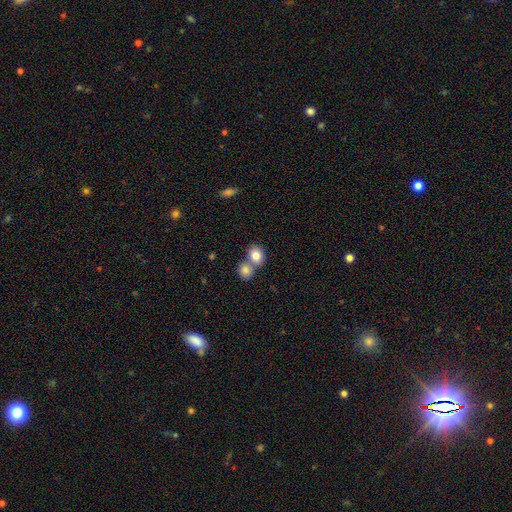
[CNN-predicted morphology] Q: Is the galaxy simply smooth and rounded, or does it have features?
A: smooth — 81%.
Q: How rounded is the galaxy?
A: round — 59%.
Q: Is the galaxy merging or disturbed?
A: merger — 48%.